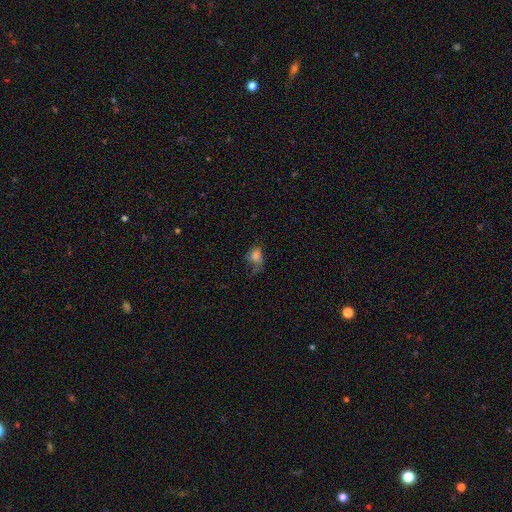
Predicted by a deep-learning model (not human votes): A smooth galaxy with no disk features (71%) that is in between round and cigar-shaped (64%).

Vote fractions:
- Smooth or featured? smooth: 71% / featured or disk: 16% / star or artifact: 13%
- How rounded? in between: 64% / round: 34% / cigar-shaped: 2%
- Merging? major disturbance: 35% / none: 34% / minor disturbance: 28% / merger: 3%